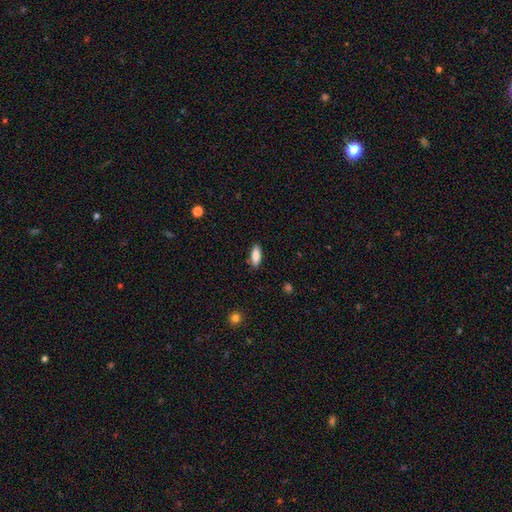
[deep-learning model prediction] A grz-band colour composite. It shows a smooth galaxy with no disk features (86%) that is in between round and cigar-shaped (75%). Merging: none (87%).